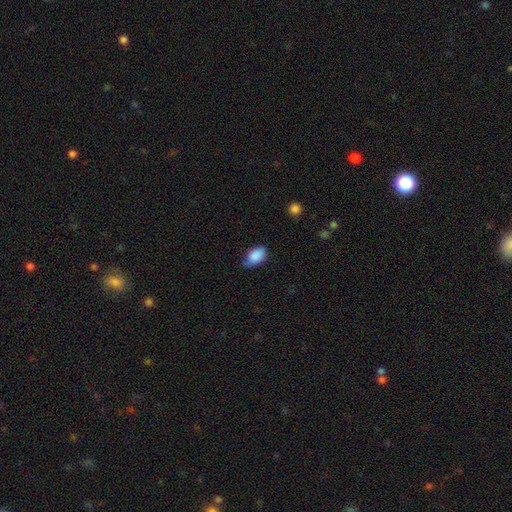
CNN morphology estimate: smooth_or_featured: smooth (p=0.87) [alt: star or artifact p=0.07]
how_rounded: in between (p=0.92) [alt: round p=0.06]
merging: none (p=0.61) [alt: minor disturbance p=0.32]